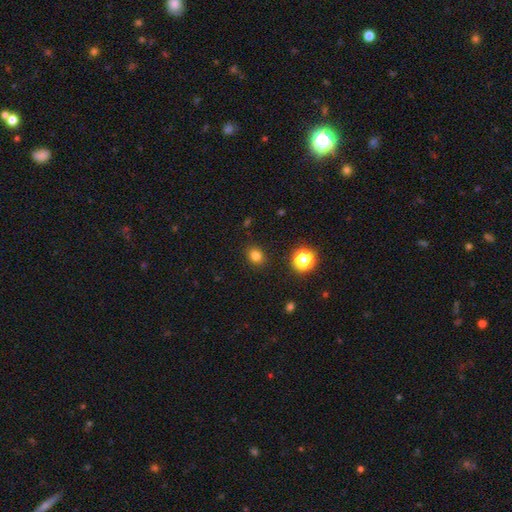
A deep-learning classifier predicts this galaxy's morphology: smooth_or_featured: smooth (p=0.79) [alt: star or artifact p=0.16]
how_rounded: round (p=0.72) [alt: in between p=0.28]
merging: none (p=0.89) [alt: minor disturbance p=0.07]